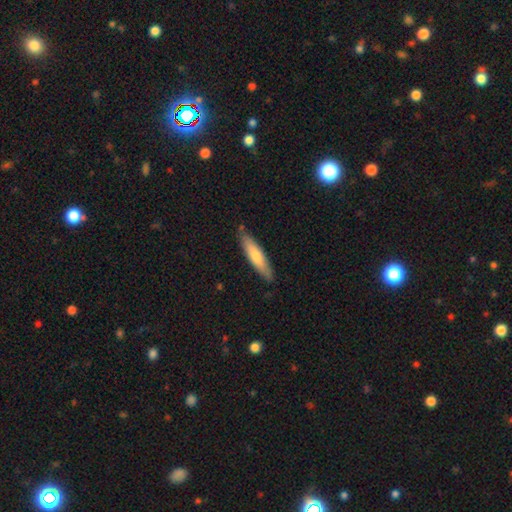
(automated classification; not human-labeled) smooth-or-featured: smooth: 63% | featured or disk: 31% | star or artifact: 6%
  how-rounded: cigar-shaped: 82% | in between: 17% | round: 1%
  merging: none: 85% | minor disturbance: 11% | major disturbance: 2% | merger: 1%